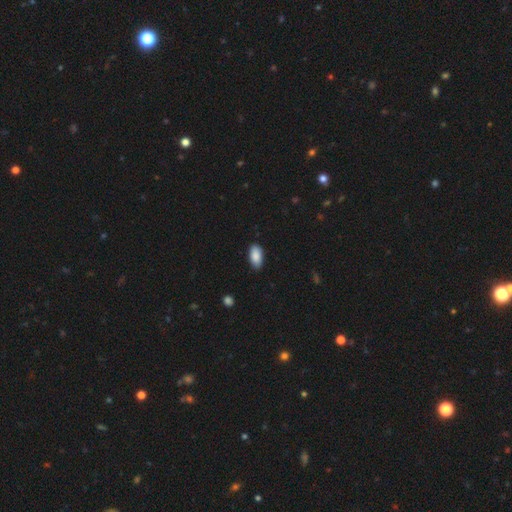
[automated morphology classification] smooth-or-featured: smooth: 89% | star or artifact: 7% | featured or disk: 5%
  how-rounded: in between: 94% | cigar-shaped: 4% | round: 2%
  merging: none: 85% | minor disturbance: 12% | major disturbance: 2% | merger: 1%